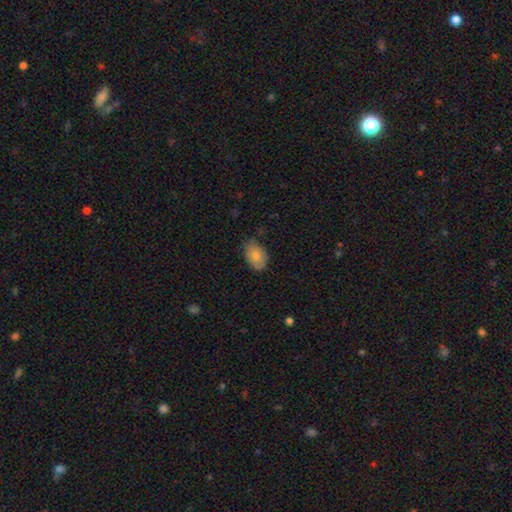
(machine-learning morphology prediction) type=smooth (78%); roundness=in between (83%); merging=none (65%).